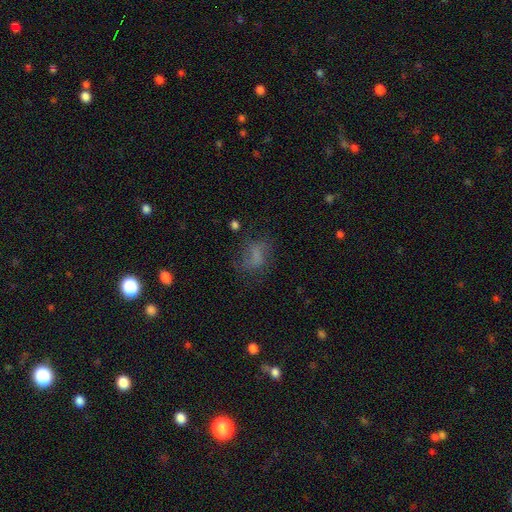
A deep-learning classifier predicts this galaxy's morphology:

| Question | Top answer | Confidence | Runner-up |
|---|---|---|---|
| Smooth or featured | smooth | 57% | featured or disk (26%) |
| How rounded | in between | 68% | round (29%) |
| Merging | none | 56% | minor disturbance (22%) |